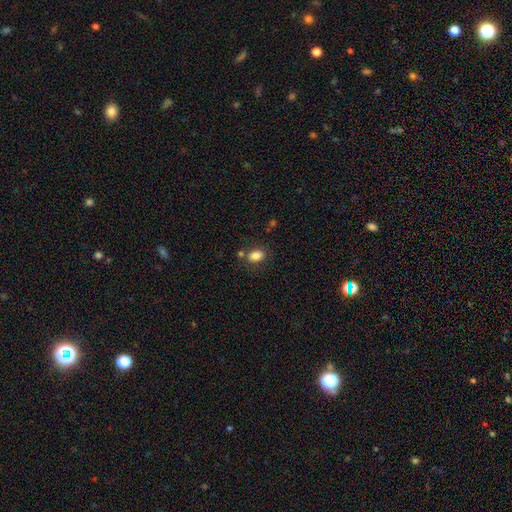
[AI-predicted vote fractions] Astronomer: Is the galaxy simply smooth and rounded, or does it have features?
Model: smooth — 84%.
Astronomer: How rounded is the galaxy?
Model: in between — 72%.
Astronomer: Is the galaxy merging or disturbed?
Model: none — 71%.